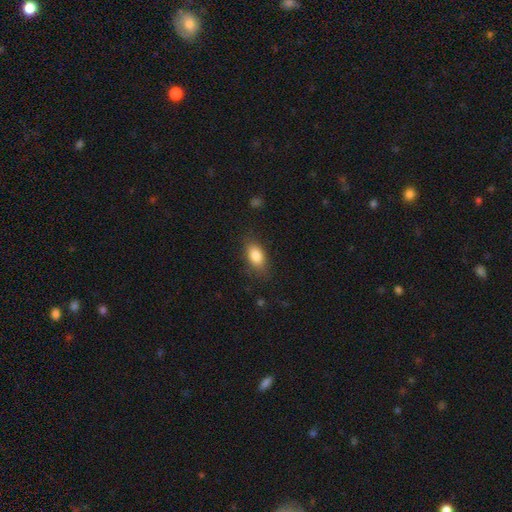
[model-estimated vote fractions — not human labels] The model was most divided on "merging": none: 80%, minor disturbance: 14%, major disturbance: 4%, merger: 1%. More confident: how rounded — in between (88%); smooth or featured — smooth (84%).